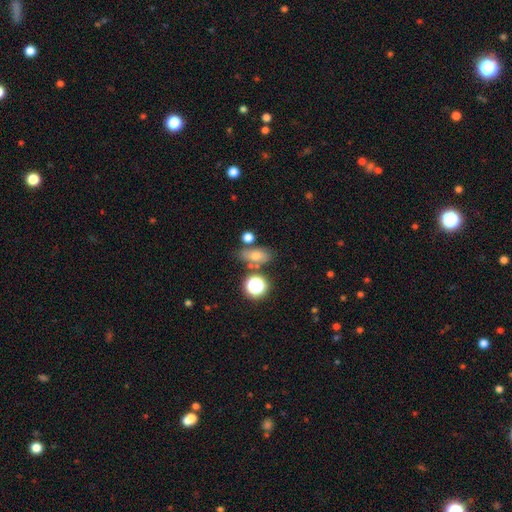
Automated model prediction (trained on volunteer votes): Smooth or featured? smooth (55%)
How rounded? in between (68%)
Merging? none (72%)